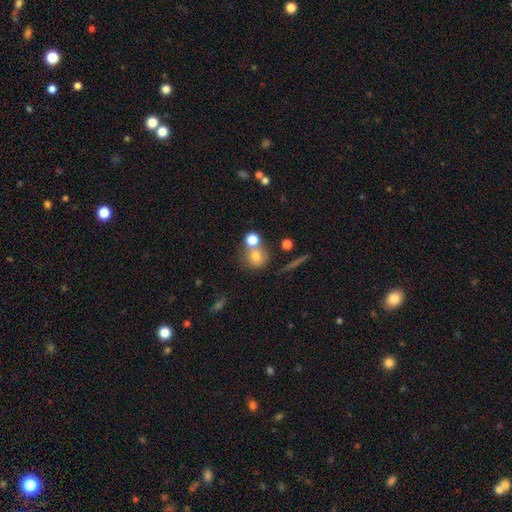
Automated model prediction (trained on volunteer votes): This is likely a smooth galaxy (74%). How rounded: clearly round (83%). Merging: possibly none (49%).